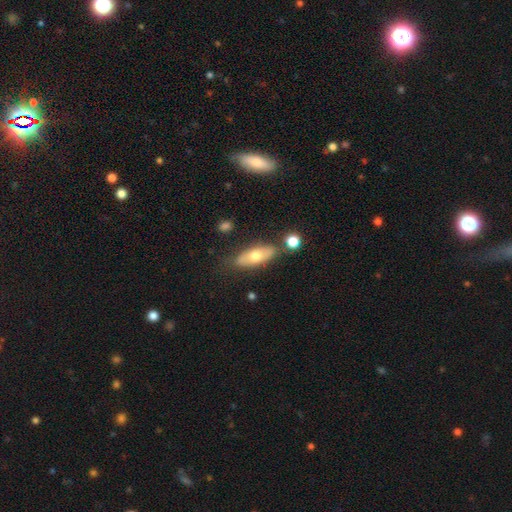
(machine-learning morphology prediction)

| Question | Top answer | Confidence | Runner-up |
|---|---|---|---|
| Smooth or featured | smooth | 59% | featured or disk (34%) |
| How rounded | in between | 67% | cigar-shaped (30%) |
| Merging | none | 75% | minor disturbance (15%) |